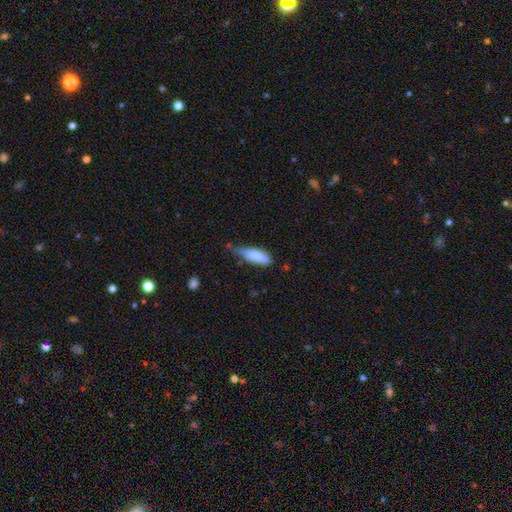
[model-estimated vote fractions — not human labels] Smooth or featured?
  - smooth: 81% *
  - featured or disk: 12%
  - star or artifact: 7%
How rounded?
  - cigar-shaped: 50% *
  - in between: 48%
  - round: 2%
Merging?
  - minor disturbance: 45% *
  - none: 40%
  - major disturbance: 11%
  - merger: 5%